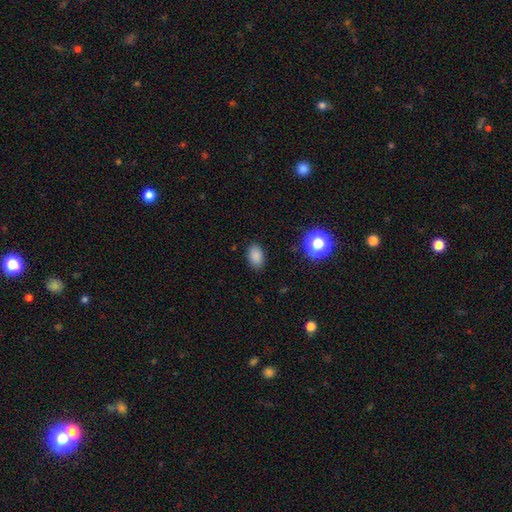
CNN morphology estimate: The model was most divided on "smooth or featured": smooth: 84%, star or artifact: 11%, featured or disk: 4%. More confident: how rounded — in between (88%); merging — none (86%).